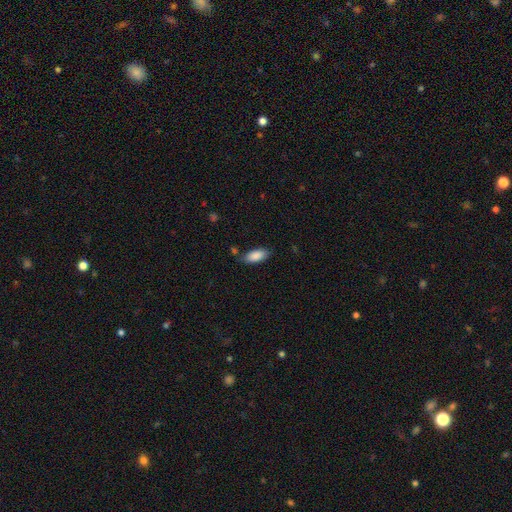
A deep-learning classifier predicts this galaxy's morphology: smooth-or-featured: smooth: 88% | star or artifact: 6% | featured or disk: 5%
  how-rounded: in between: 88% | cigar-shaped: 10% | round: 2%
  merging: none: 78% | minor disturbance: 15% | merger: 4% | major disturbance: 3%